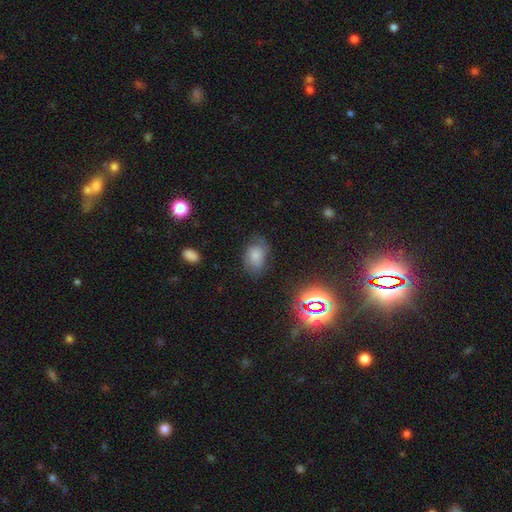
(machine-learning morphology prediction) Smooth or featured: smooth — 57% (featured or disk — 30%)
How rounded: in between — 81% (round — 18%)
Merging: none — 60% (minor disturbance — 26%)